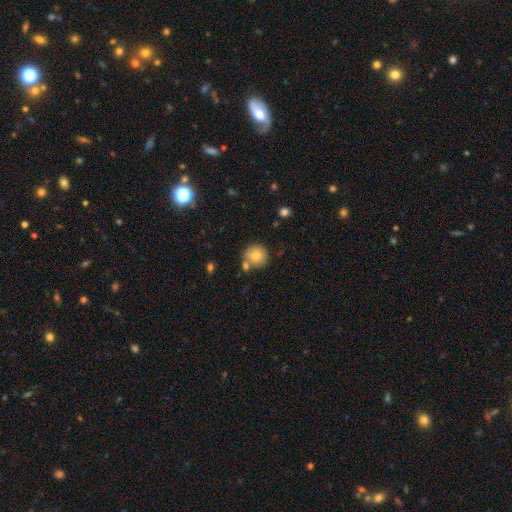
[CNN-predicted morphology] smooth 78%, featured or disk 13%, star or artifact 9%. Down the decision tree: how rounded — round (91%); merging — none (69%).